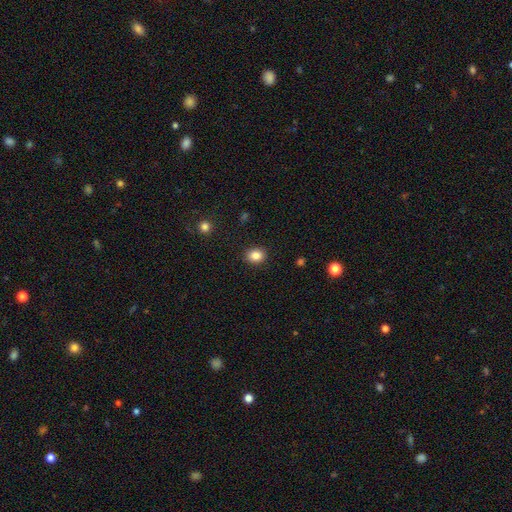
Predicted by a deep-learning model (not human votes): A smooth galaxy with no disk features (85%) that is round (50%). Merging: none (90%).